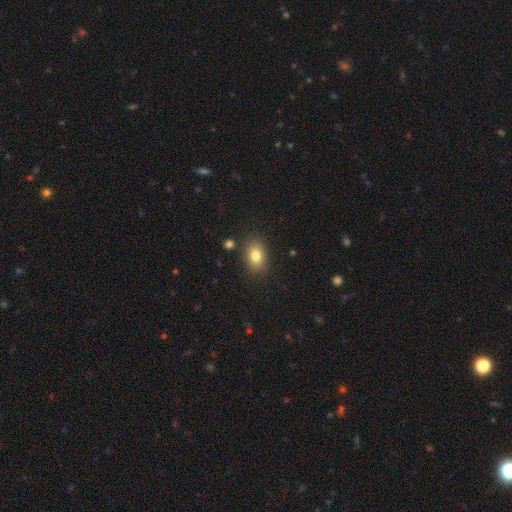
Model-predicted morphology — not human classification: This appears to be a smooth galaxy with no disk features (82%) that is in between round and cigar-shaped (79%). Merging: none (83%).